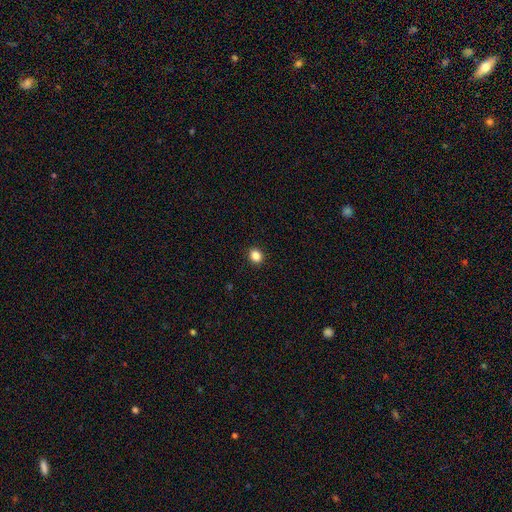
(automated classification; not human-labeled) A smooth galaxy with no disk features (86%) that is round (68%).

Vote fractions:
- Smooth or featured? smooth: 86% / star or artifact: 11% / featured or disk: 4%
- How rounded? round: 68% / in between: 31% / cigar-shaped: 1%
- Merging? none: 92% / minor disturbance: 5% / major disturbance: 2% / merger: 1%